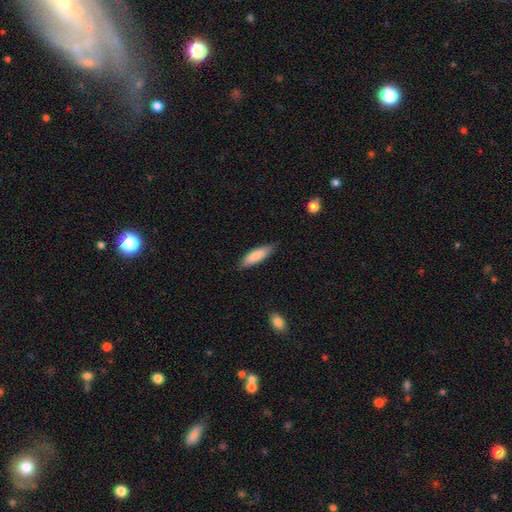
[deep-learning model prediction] The model was most divided on "how rounded": cigar-shaped: 54%, in between: 45%, round: 1%. More confident: smooth or featured — smooth (85%); merging — none (82%).